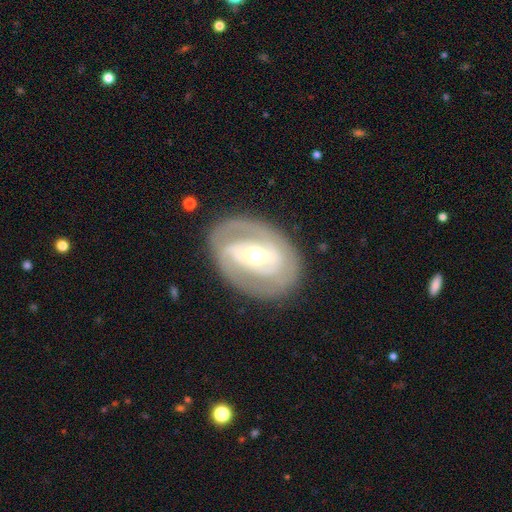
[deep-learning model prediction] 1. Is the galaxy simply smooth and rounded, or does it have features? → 80% featured or disk, 15% smooth, 5% star or artifact.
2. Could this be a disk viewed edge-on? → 95% no, 5% yes.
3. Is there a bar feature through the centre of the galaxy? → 38% strong, 33% weak, 29% no.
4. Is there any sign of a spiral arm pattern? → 77% yes, 23% no.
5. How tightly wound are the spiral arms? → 54% tight, 34% medium, 12% loose.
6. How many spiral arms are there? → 64% 2, 20% can't tell, 7% 3, 5% 1, 2% 4, 2% more than 4.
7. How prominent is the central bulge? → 50% moderate, 44% small, 4% large, 1% dominant, 1% none.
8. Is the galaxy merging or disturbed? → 79% none, 13% minor disturbance, 7% major disturbance, 1% merger.